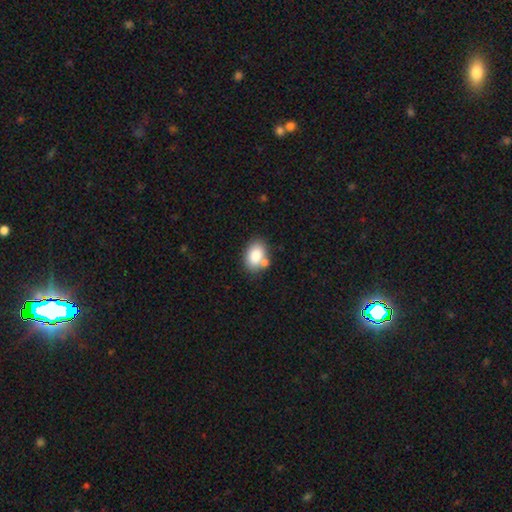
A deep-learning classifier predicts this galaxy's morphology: Q: Smooth or featured?
A: smooth (82%); runner-up: featured or disk (10%)
Q: How rounded?
A: in between (82%); runner-up: round (17%)
Q: Merging?
A: none (63%); runner-up: merger (19%)